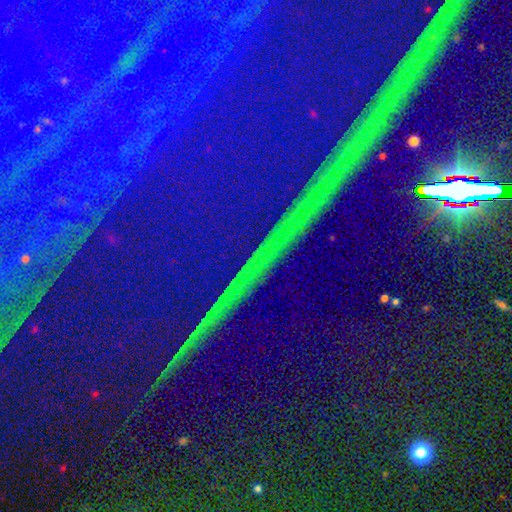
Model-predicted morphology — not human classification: smooth-or-featured: star or artifact: 89% | featured or disk: 6% | smooth: 5%